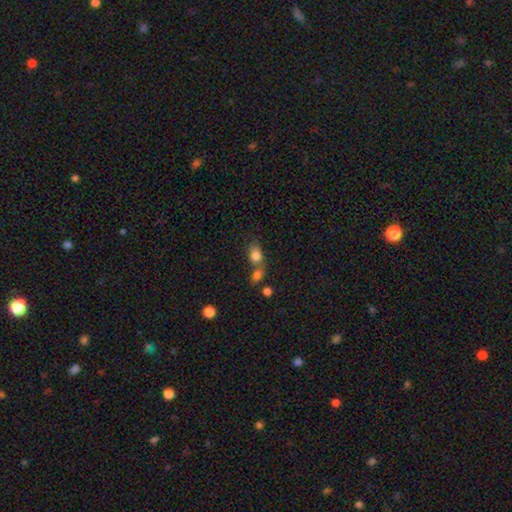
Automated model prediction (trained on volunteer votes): Smooth or featured? smooth (81%)
How rounded? in between (67%)
Merging? merger (46%)